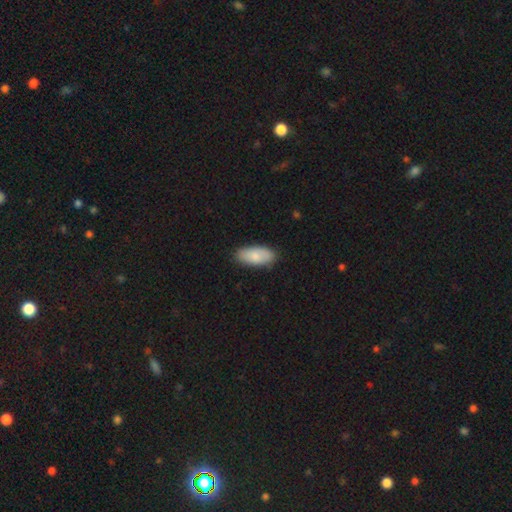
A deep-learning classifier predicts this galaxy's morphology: This appears to be a smooth galaxy with no disk features (82%) that is in between round and cigar-shaped (90%). Merging: none (84%).